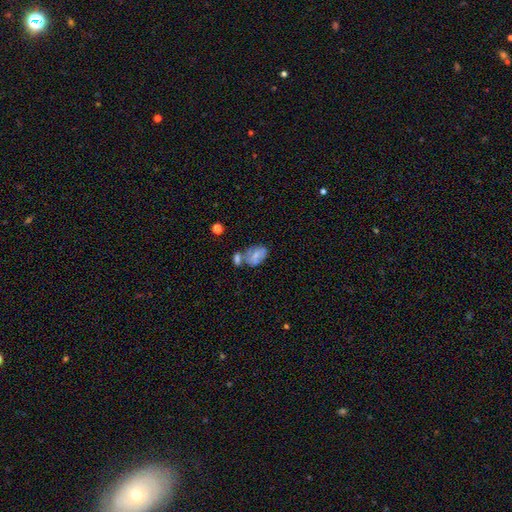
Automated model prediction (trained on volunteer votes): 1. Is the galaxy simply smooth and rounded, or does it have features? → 56% smooth, 36% featured or disk, 9% star or artifact.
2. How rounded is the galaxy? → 84% in between, 14% round, 2% cigar-shaped.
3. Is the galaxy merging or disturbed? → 43% merger, 31% none, 18% minor disturbance, 9% major disturbance.